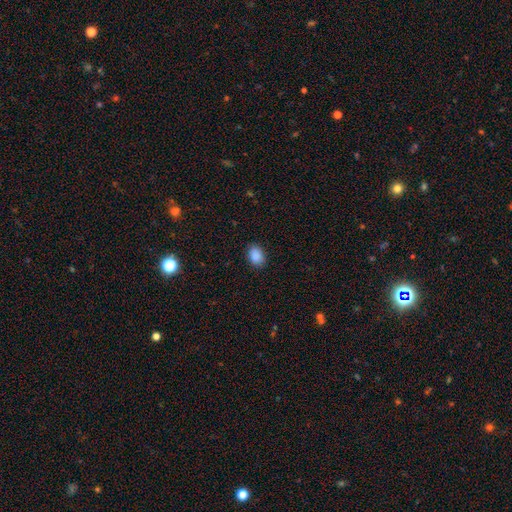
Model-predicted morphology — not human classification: Q: Smooth or featured?
A: smooth (89%); runner-up: star or artifact (8%)
Q: How rounded?
A: in between (80%); runner-up: round (19%)
Q: Merging?
A: none (87%); runner-up: minor disturbance (10%)